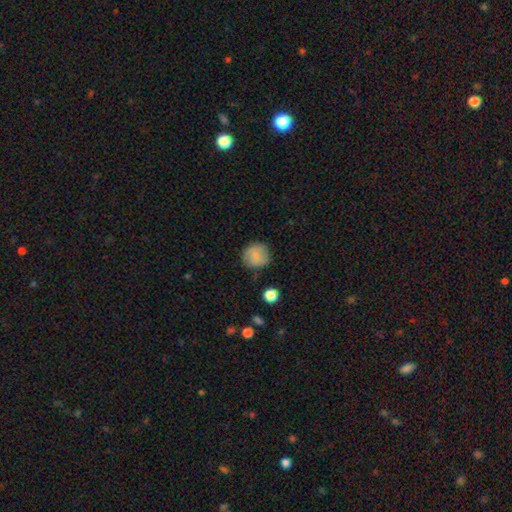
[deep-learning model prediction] Smooth or featured: smooth — 79% (featured or disk — 13%)
How rounded: round — 90% (in between — 9%)
Merging: none — 80% (minor disturbance — 15%)